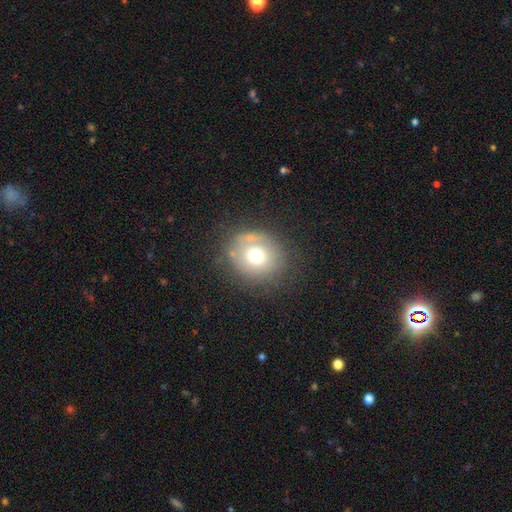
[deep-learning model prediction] Morphology: type=smooth (65%); roundness=round (79%); merging=none (71%).